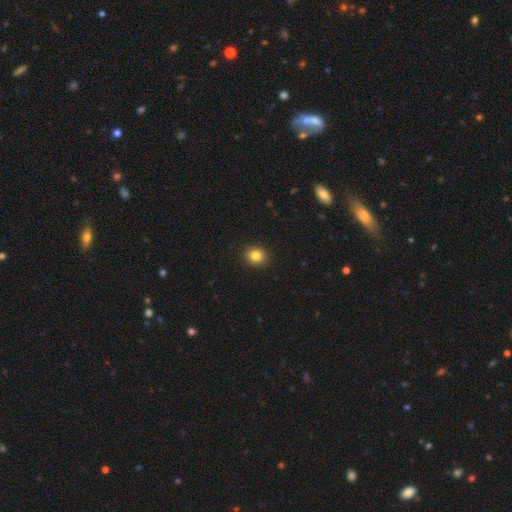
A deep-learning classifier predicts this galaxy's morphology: smooth_or_featured: smooth (p=0.84) [alt: star or artifact p=0.11]
how_rounded: round (p=0.78) [alt: in between p=0.21]
merging: none (p=0.92) [alt: minor disturbance p=0.05]